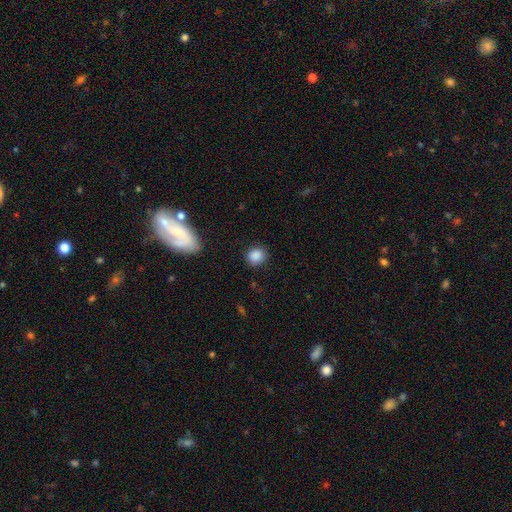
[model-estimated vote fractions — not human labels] Morphology: type=smooth (87%); roundness=round (82%); merging=none (86%).